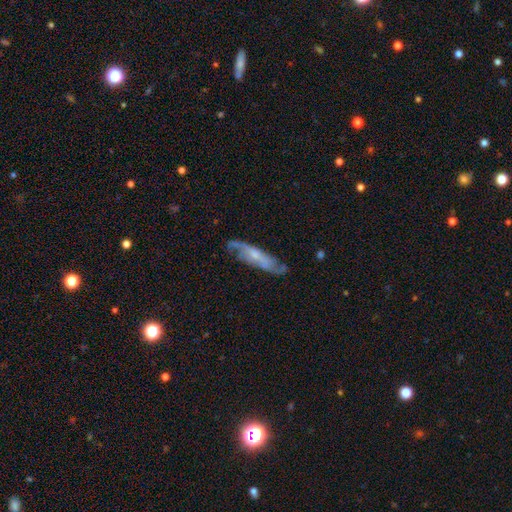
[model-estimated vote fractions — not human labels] The model was most divided on "edge-on disk": no: 63%, yes: 37%. More confident: merging — none (69%); smooth or featured — featured or disk (68%).